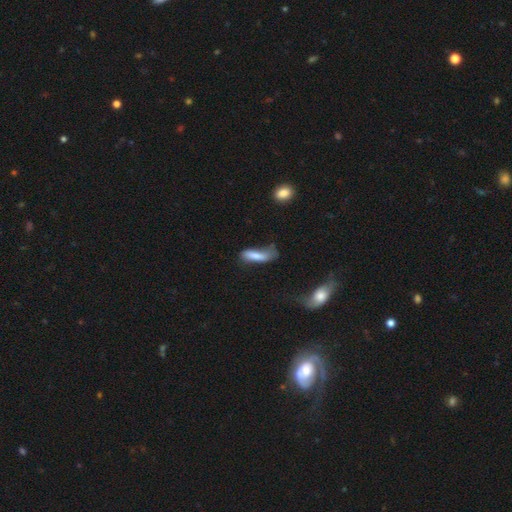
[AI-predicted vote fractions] Morphology: type=smooth (74%); roundness=cigar-shaped (58%); merging=none (34%).